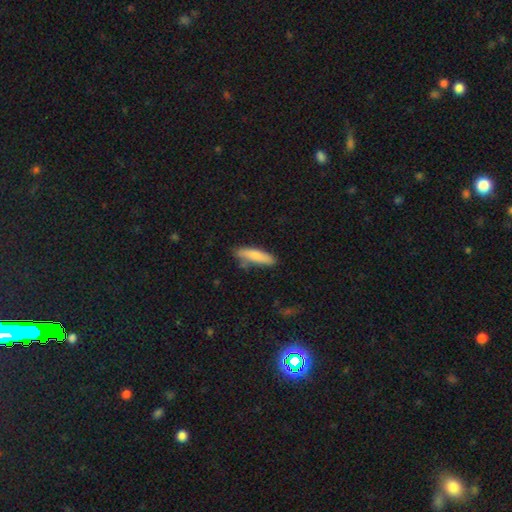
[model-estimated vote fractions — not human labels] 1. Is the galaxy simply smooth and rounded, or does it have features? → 82% smooth, 12% featured or disk, 6% star or artifact.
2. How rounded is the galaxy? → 71% cigar-shaped, 27% in between, 2% round.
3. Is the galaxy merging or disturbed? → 73% none, 20% minor disturbance, 4% major disturbance, 4% merger.